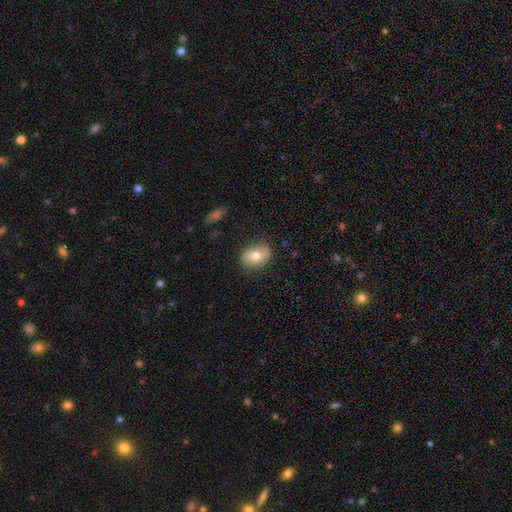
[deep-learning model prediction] Smooth or featured? smooth (65%)
How rounded? in between (64%)
Merging? none (80%)